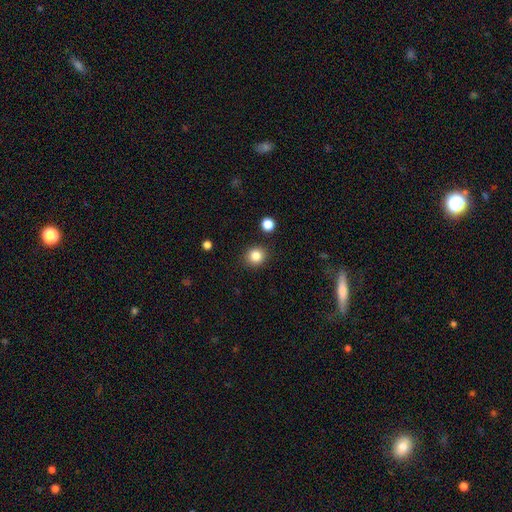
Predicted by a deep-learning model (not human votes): Smooth or featured? smooth (84%)
How rounded? round (84%)
Merging? none (89%)